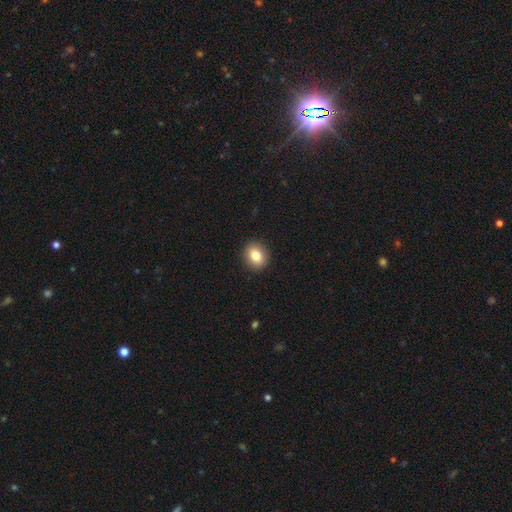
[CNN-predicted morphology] This appears to be a smooth galaxy with no disk features (82%) that is round (65%). Merging: none (91%).